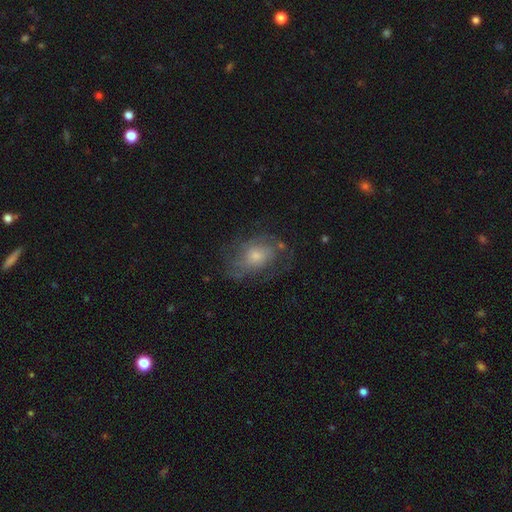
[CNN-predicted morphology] Smooth or featured? featured or disk (55%)
Edge-on disk? no (95%)
Bar? no (81%)
Spiral arms? yes (73%)
Bulge size? moderate (43%)
Merging? none (63%)